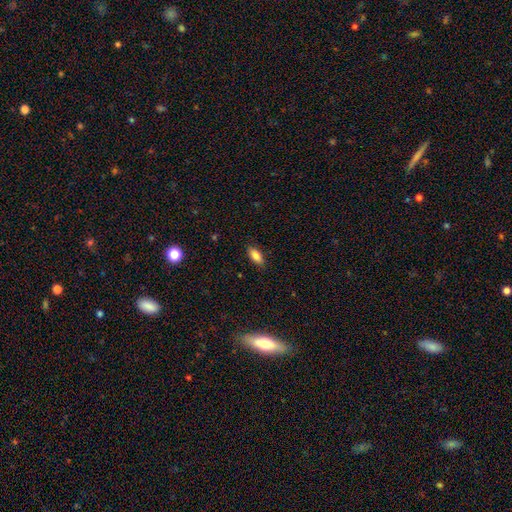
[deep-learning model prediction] Smooth or featured? smooth (85%)
How rounded? in between (87%)
Merging? none (86%)